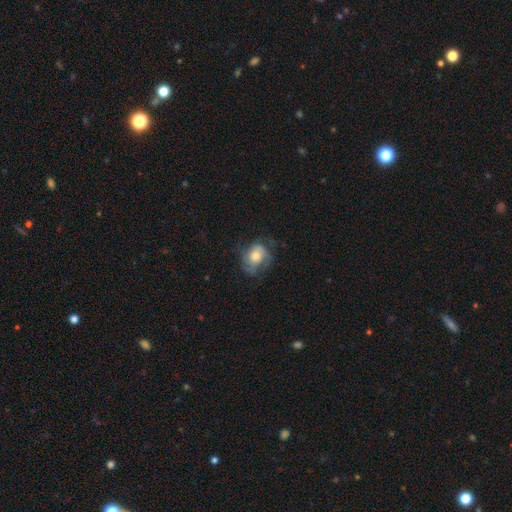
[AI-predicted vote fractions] This is possibly a featured or disk galaxy (53%). It is clearly not viewed edge-on (97%). Bar: likely no (78%). Spiral arm pattern: likely yes (79%). Central bulge: possibly moderate (54%). Merging: possibly none (56%).